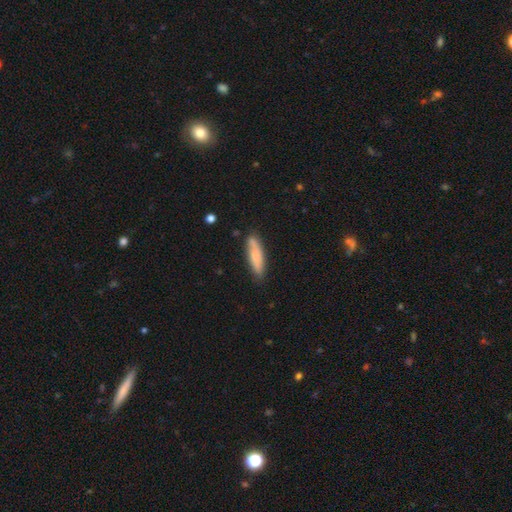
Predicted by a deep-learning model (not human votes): Smooth or featured?
  - smooth: 76% *
  - featured or disk: 17%
  - star or artifact: 7%
How rounded?
  - cigar-shaped: 65% *
  - in between: 34%
  - round: 2%
Merging?
  - none: 74% *
  - minor disturbance: 19%
  - merger: 4%
  - major disturbance: 4%